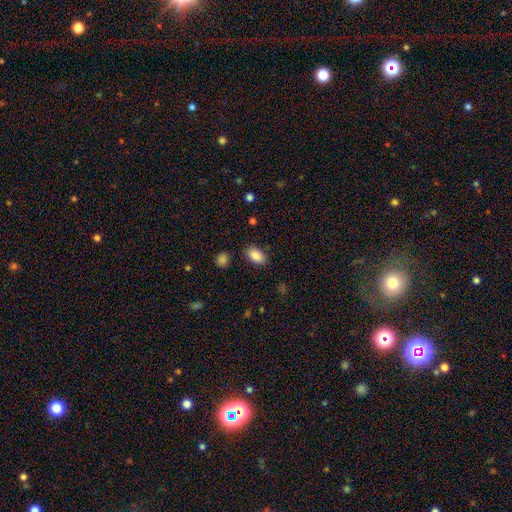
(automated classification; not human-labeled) Smooth or featured: smooth — 88% (star or artifact — 8%)
How rounded: in between — 91% (round — 7%)
Merging: none — 85% (minor disturbance — 10%)